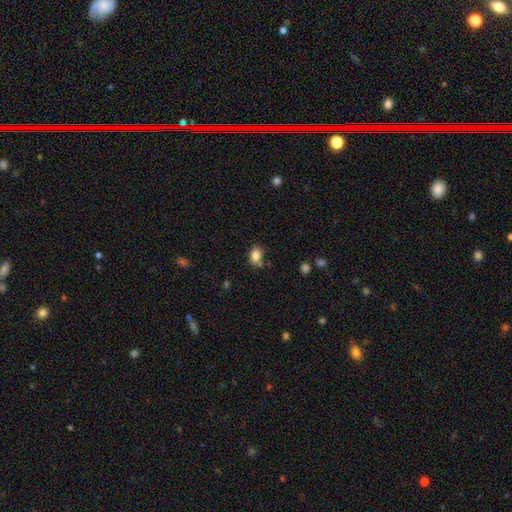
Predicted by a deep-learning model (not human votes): This is clearly a smooth galaxy (83%). How rounded: likely in between (68%). Merging: likely none (68%).